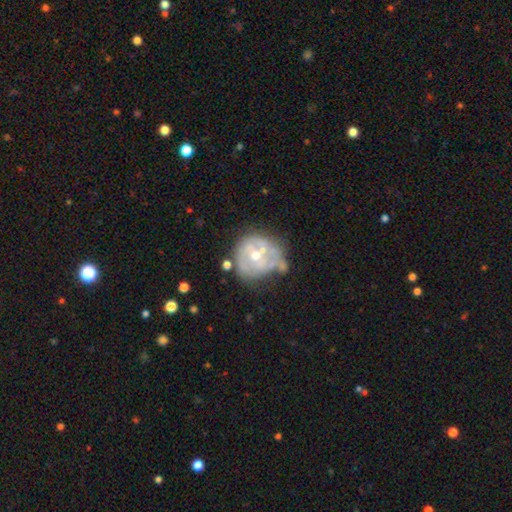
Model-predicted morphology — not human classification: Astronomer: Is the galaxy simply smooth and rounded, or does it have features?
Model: featured or disk — 65%.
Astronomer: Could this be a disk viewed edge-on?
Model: no — 97%.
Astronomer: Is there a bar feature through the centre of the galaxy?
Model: no — 74%.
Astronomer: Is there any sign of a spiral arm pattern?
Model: no — 59% (runner-up: yes, 41%).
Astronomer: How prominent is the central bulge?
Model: moderate — 59% (runner-up: small, 35%).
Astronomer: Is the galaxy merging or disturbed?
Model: none — 39% (runner-up: minor disturbance, 27%).